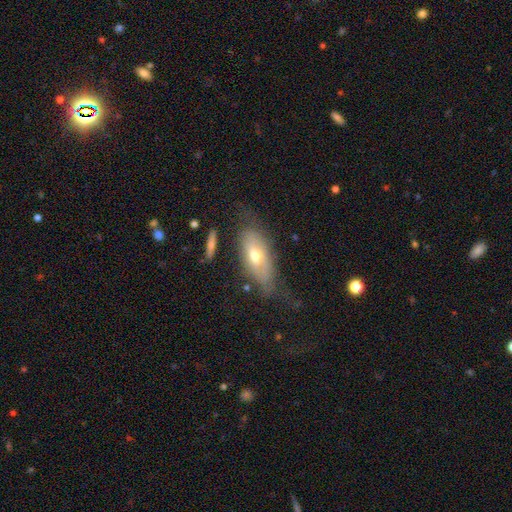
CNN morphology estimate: smooth-or-featured: smooth: 52% | featured or disk: 40% | star or artifact: 8%
  how-rounded: in between: 78% | cigar-shaped: 18% | round: 4%
  merging: none: 55% | minor disturbance: 27% | major disturbance: 15% | merger: 3%